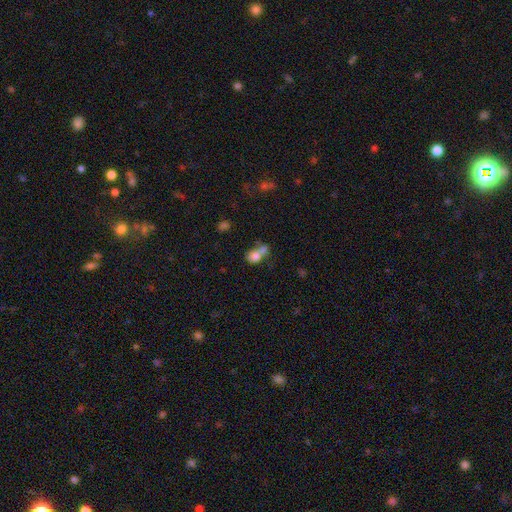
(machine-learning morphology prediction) Smooth or featured: smooth — 74% (featured or disk — 16%)
How rounded: round — 50% (in between — 49%)
Merging: merger — 60% (none — 24%)